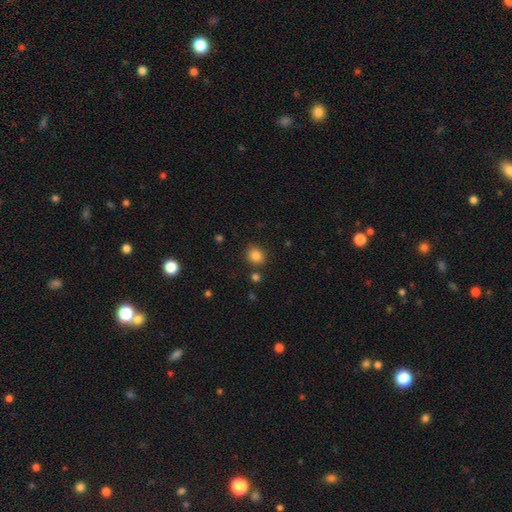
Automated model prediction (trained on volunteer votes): Smooth or featured: smooth — 85% (star or artifact — 11%)
How rounded: round — 65% (in between — 34%)
Merging: none — 80% (minor disturbance — 11%)